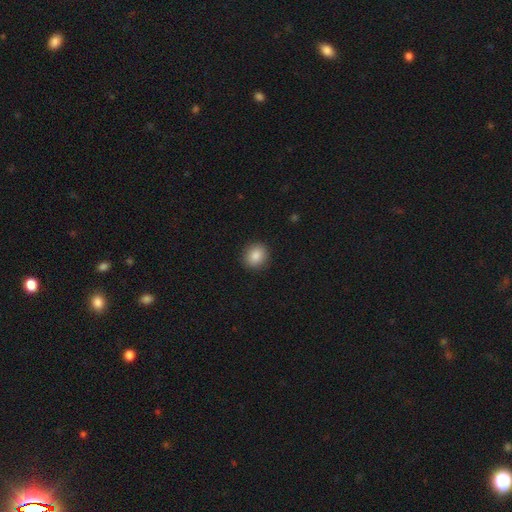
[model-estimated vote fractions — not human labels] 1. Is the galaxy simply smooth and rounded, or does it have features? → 86% smooth, 9% star or artifact, 4% featured or disk.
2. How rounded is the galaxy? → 76% round, 23% in between, 1% cigar-shaped.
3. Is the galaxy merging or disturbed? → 91% none, 6% minor disturbance, 2% major disturbance, 1% merger.